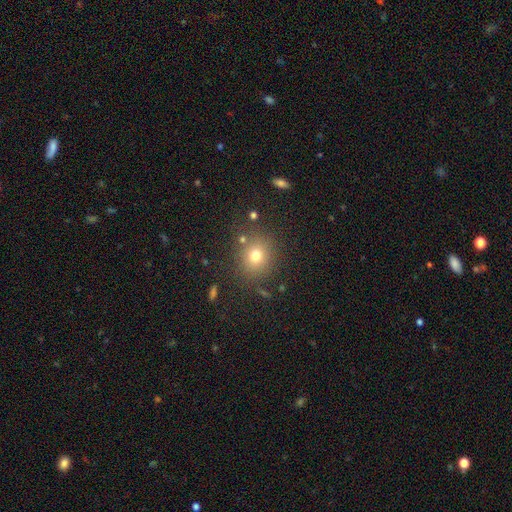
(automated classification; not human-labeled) Smooth or featured?
  - smooth: 73% *
  - star or artifact: 17%
  - featured or disk: 10%
How rounded?
  - round: 83% *
  - in between: 16%
  - cigar-shaped: 1%
Merging?
  - none: 82% *
  - minor disturbance: 9%
  - merger: 5%
  - major disturbance: 4%